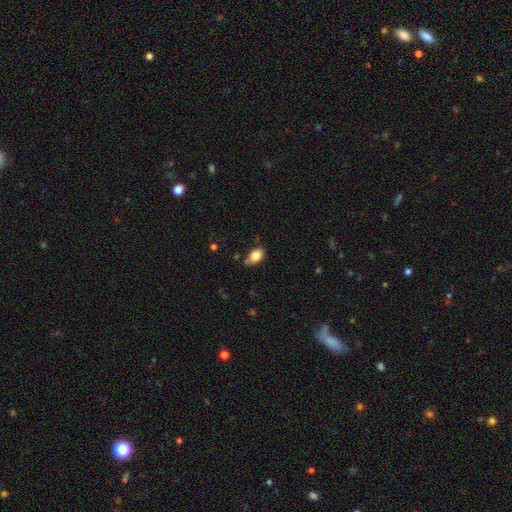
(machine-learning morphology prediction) Overall: smooth (83%). How rounded: in between (88%). Merging: none (71%).